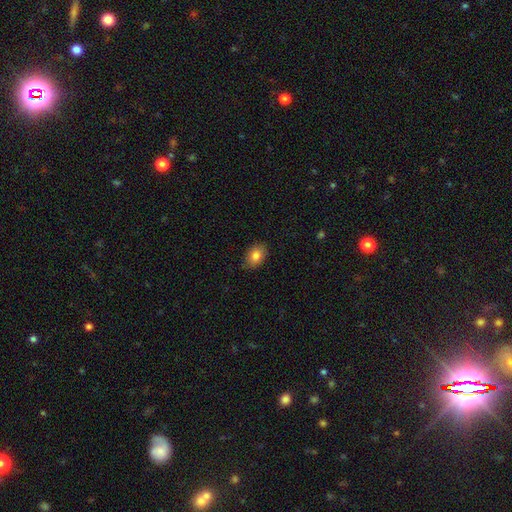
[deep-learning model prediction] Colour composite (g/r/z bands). It shows a smooth galaxy with no disk features (83%) that is in between round and cigar-shaped (79%). Merging: none (85%).